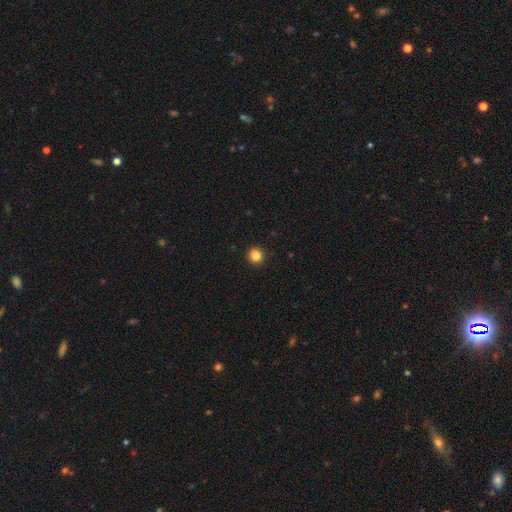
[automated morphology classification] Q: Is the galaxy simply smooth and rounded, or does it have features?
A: smooth — 84%.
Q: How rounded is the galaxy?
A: round — 91%.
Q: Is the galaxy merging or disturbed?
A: none — 91%.